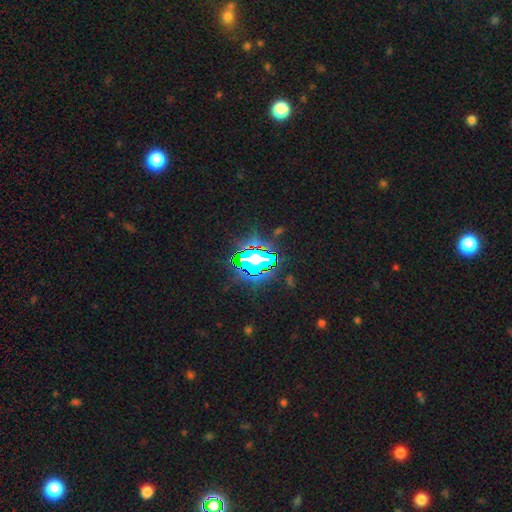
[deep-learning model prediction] A star or artifact, not a galaxy (81%).